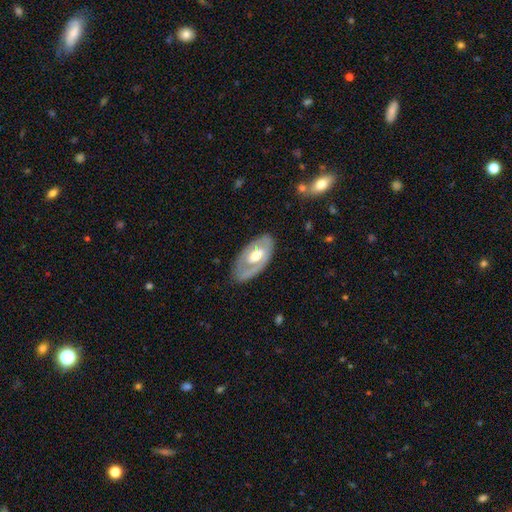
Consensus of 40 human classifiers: Smooth or featured? featured or disk (57%)
Edge-on disk? no (100%)
Bar? no (74%)
Spiral arms? no (78%)
Bulge size? moderate (61%)
Merging? none (62%)